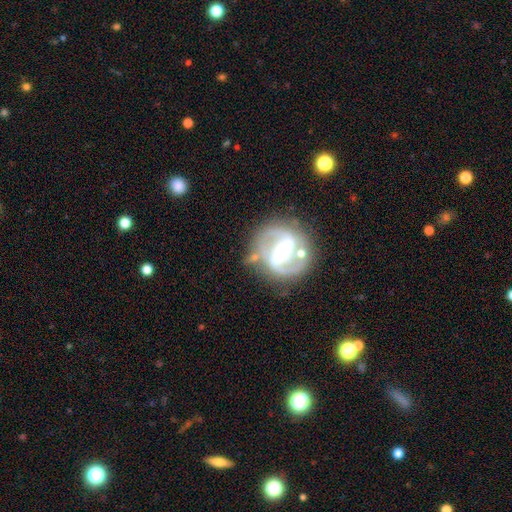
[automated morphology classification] This is clearly a featured or disk galaxy (89%). It is clearly not viewed edge-on (97%). Bar: possibly strong (55%). Spiral arm pattern: clearly yes (95%). Spiral arm count: clearly 2 (91%). Spiral winding: possibly medium (55%). Central bulge: possibly moderate (56%). Merging: likely none (75%).